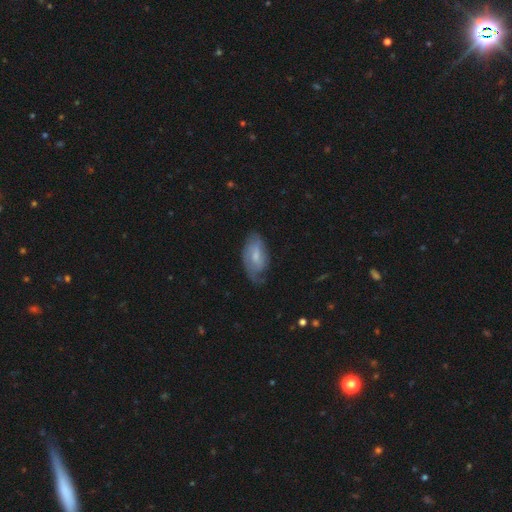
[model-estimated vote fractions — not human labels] This is possibly a featured or disk galaxy (52%). It is clearly not viewed edge-on (92%). Merging: possibly none (52%).